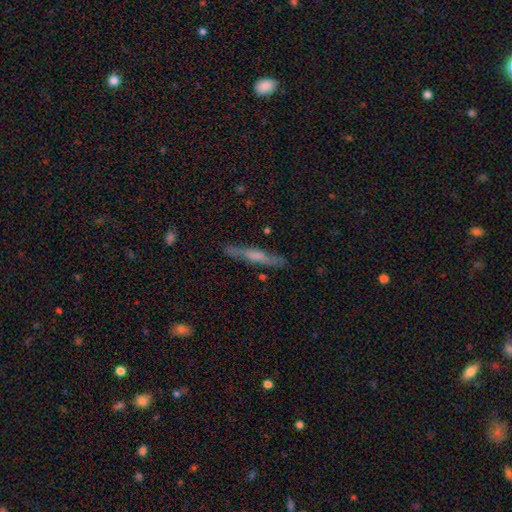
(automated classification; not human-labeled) featured or disk 55%, smooth 39%, star or artifact 7%. Down the decision tree: edge-on disk — yes (88%); merging — none (84%).